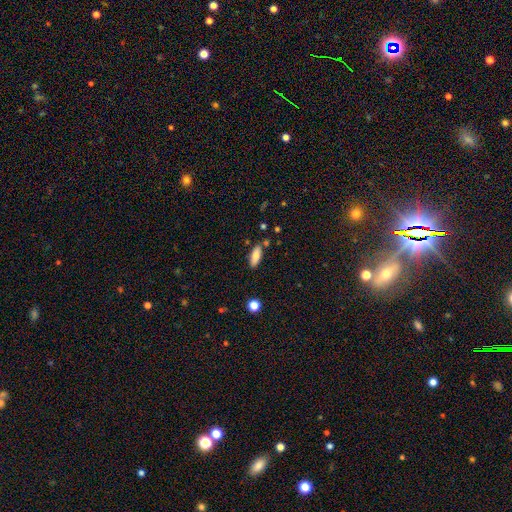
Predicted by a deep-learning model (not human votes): Q: Smooth or featured?
A: smooth (78%); runner-up: featured or disk (15%)
Q: How rounded?
A: in between (66%); runner-up: cigar-shaped (31%)
Q: Merging?
A: none (81%); runner-up: minor disturbance (12%)